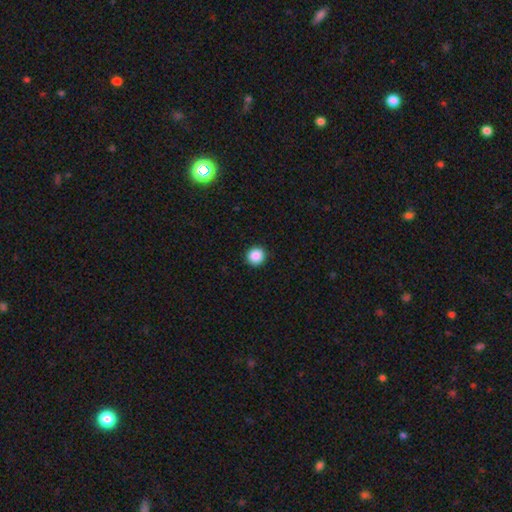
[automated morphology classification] A smooth galaxy with no disk features (88%) that is round (95%). Merging: none (93%).